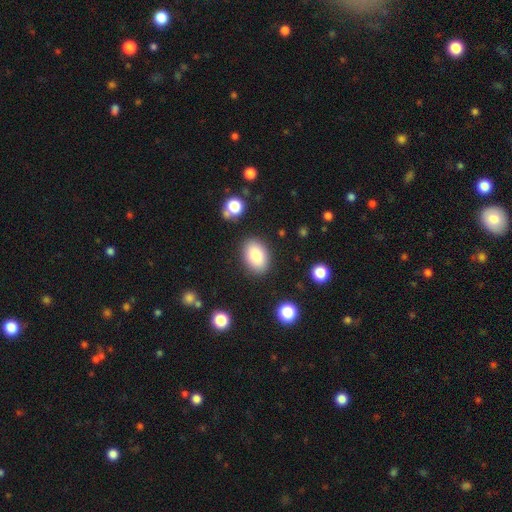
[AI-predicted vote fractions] Smooth or featured: smooth — 83% (featured or disk — 9%)
How rounded: in between — 82% (round — 17%)
Merging: none — 85% (minor disturbance — 10%)